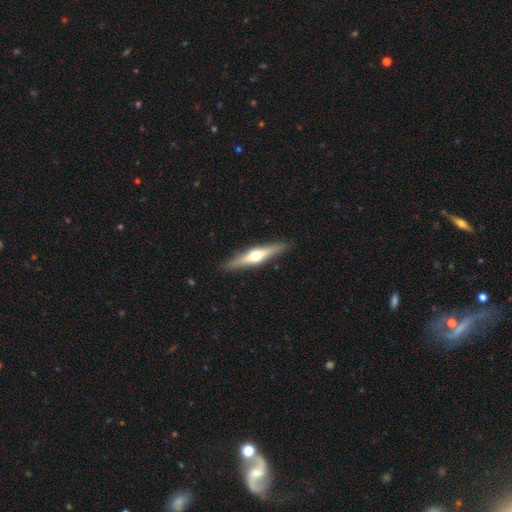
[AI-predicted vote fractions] A featured or disk galaxy (65%) viewed edge-on (96%) with a rounded central bulge (94%). Merging: none (90%).